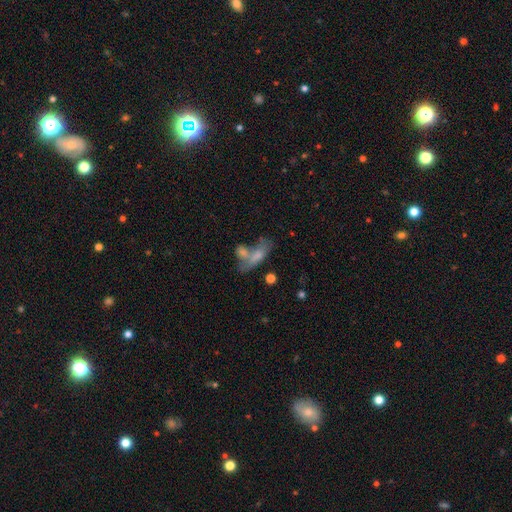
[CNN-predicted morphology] This appears to be a smooth galaxy with no disk features (67%) that is in between round and cigar-shaped (65%). Merging: merger (47%).